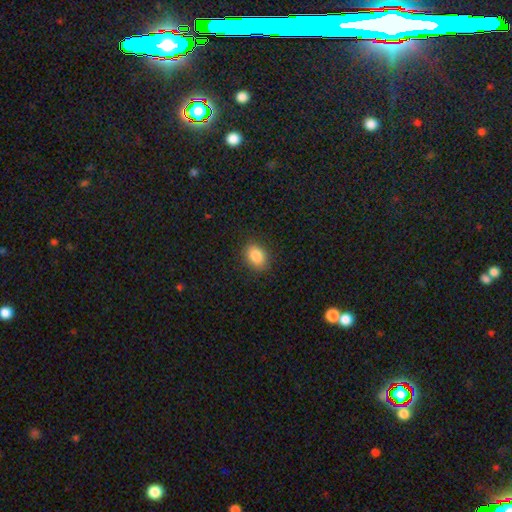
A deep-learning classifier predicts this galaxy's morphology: A smooth galaxy with no disk features (86%) that is in between round and cigar-shaped (68%). Merging: none (87%).